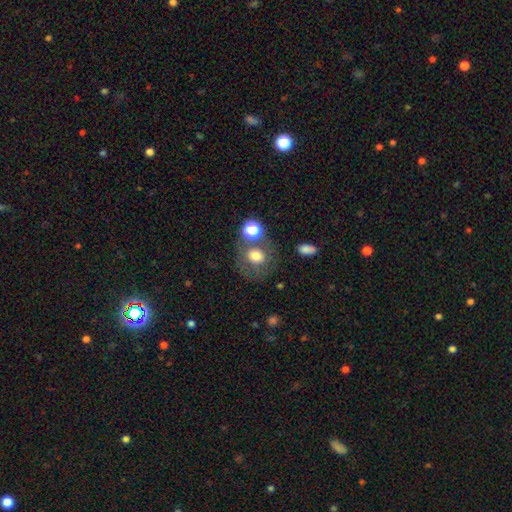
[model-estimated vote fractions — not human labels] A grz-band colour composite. It shows a smooth galaxy with no disk features (69%) that is round (73%). Merging: none (60%).